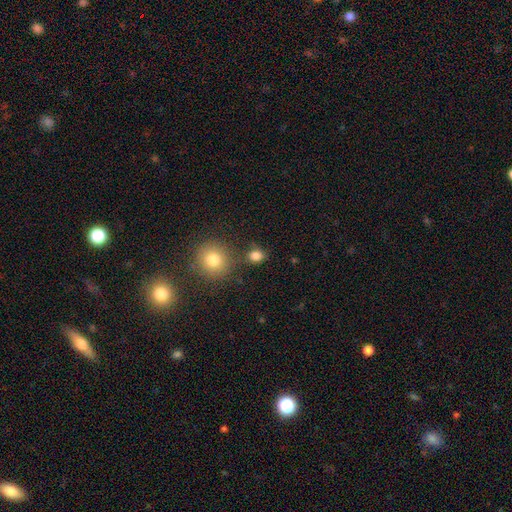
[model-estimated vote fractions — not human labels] A smooth galaxy with no disk features (82%) that is round (59%). Merging: none (74%).